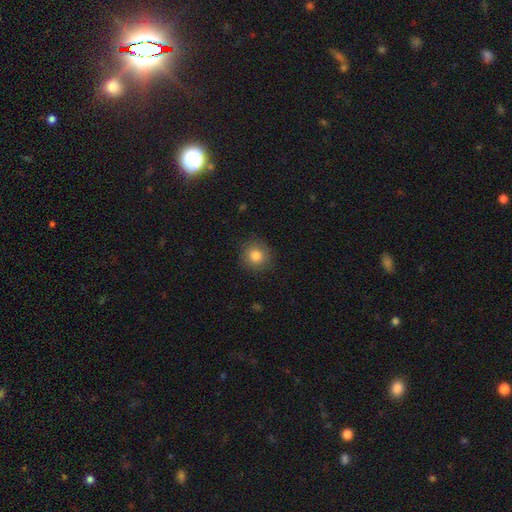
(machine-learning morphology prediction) Smooth or featured?
  - smooth: 84% *
  - star or artifact: 10%
  - featured or disk: 7%
How rounded?
  - round: 91% *
  - in between: 8%
  - cigar-shaped: 1%
Merging?
  - none: 87% *
  - minor disturbance: 10%
  - major disturbance: 3%
  - merger: 1%